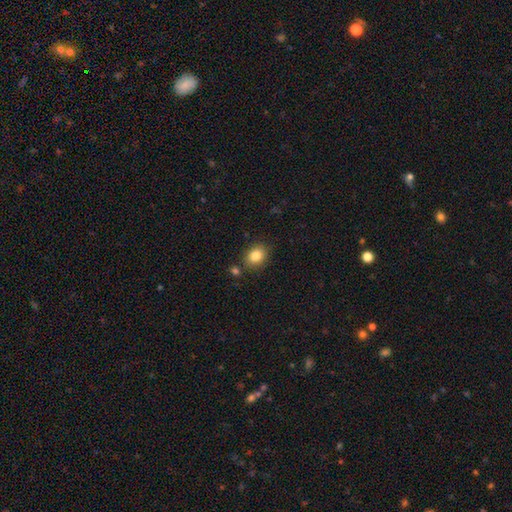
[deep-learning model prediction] This appears to be a smooth galaxy with no disk features (85%) that is in between round and cigar-shaped (55%). Merging: none (82%).